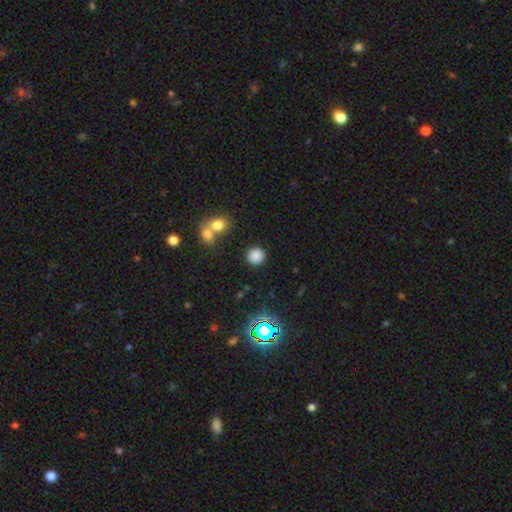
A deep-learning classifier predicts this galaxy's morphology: This appears to be a smooth galaxy with no disk features (81%) that is round (92%). Merging: none (84%).